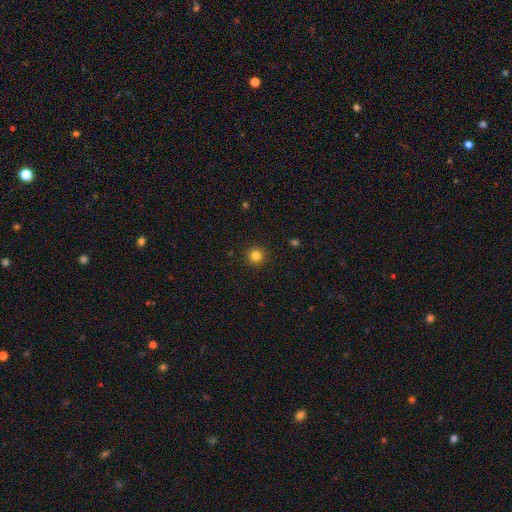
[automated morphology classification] Smooth or featured?
  - smooth: 83% *
  - star or artifact: 13%
  - featured or disk: 4%
How rounded?
  - round: 96% *
  - in between: 3%
  - cigar-shaped: 1%
Merging?
  - none: 93% *
  - minor disturbance: 4%
  - major disturbance: 2%
  - merger: 1%